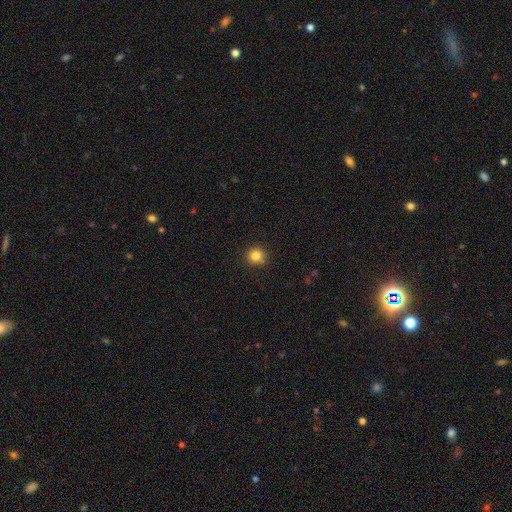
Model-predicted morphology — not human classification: smooth-or-featured: smooth: 83% | star or artifact: 12% | featured or disk: 5%
  how-rounded: round: 92% | in between: 7% | cigar-shaped: 1%
  merging: none: 86% | minor disturbance: 9% | merger: 2% | major disturbance: 2%